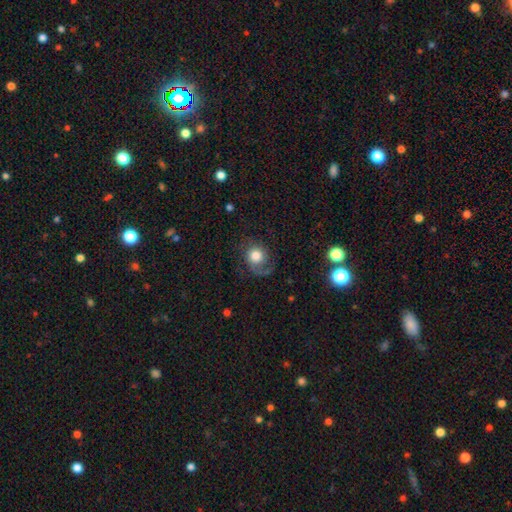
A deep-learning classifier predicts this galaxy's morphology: Overall: smooth (48%; featured or disk 41%). Merging: none (60%; major disturbance 20%).